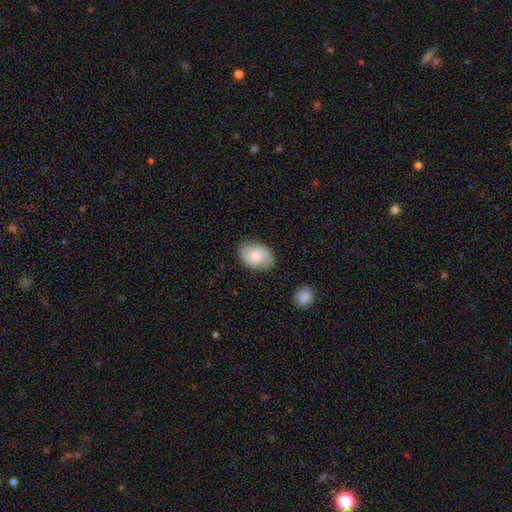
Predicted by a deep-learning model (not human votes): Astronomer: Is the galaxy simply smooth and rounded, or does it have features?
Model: smooth — 50% (runner-up: featured or disk, 43%).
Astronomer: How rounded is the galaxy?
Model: in between — 75%.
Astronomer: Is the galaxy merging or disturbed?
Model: none — 79%.